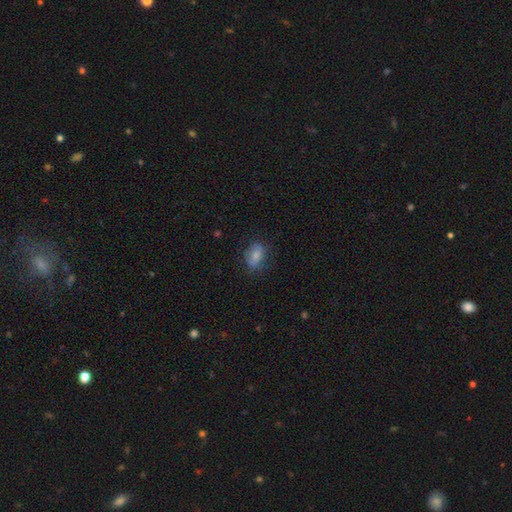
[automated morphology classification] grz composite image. It shows a smooth galaxy with no disk features (72%) that is in between round and cigar-shaped (80%). Merging: none (67%).